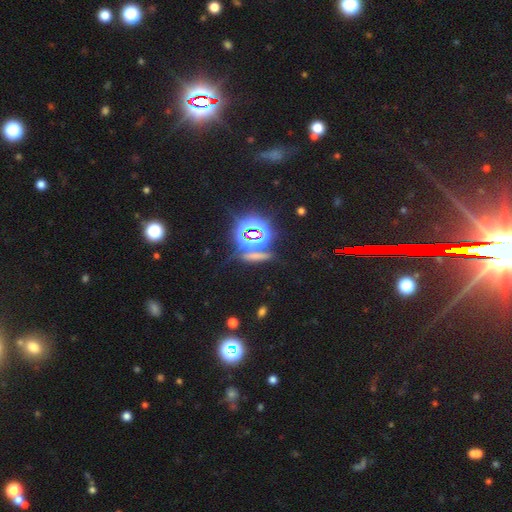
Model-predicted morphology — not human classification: star or artifact 53%, smooth 32%, featured or disk 14%.